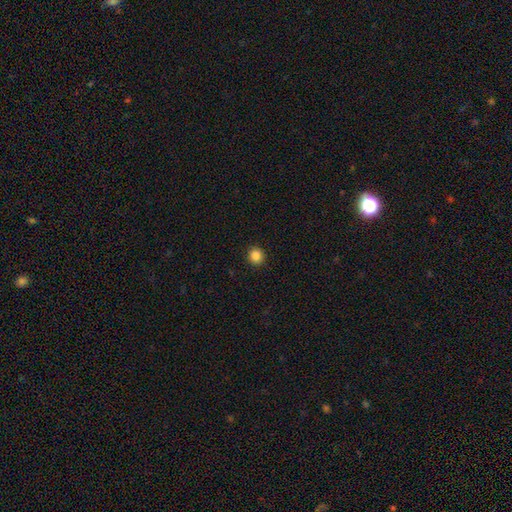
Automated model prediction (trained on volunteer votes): smooth-or-featured: smooth: 86% | star or artifact: 11% | featured or disk: 3%
  how-rounded: round: 91% | in between: 8% | cigar-shaped: 1%
  merging: none: 93% | minor disturbance: 5% | major disturbance: 2% | merger: 1%